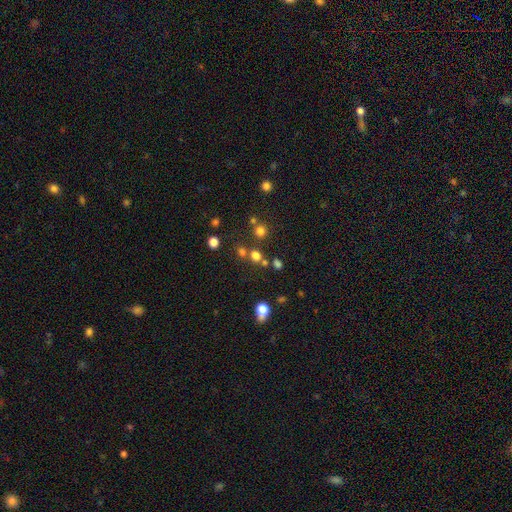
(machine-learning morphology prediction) type=smooth (66%); roundness=round (83%); merging=none (66%).